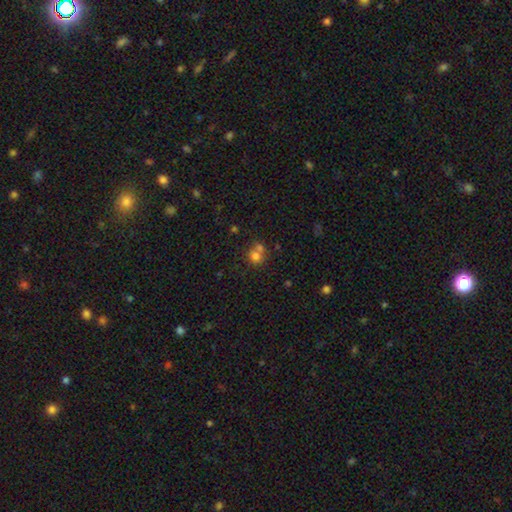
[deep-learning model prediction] smooth-or-featured: smooth: 73% | star or artifact: 15% | featured or disk: 12%
  how-rounded: round: 83% | in between: 16% | cigar-shaped: 1%
  merging: none: 45% | merger: 44% | minor disturbance: 8% | major disturbance: 4%